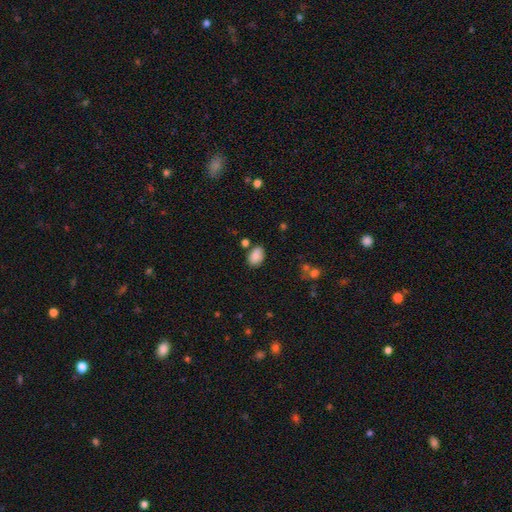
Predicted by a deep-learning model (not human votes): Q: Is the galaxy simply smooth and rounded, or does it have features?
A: smooth — 86%.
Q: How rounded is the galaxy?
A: in between — 82%.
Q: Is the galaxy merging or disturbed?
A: none — 72%.